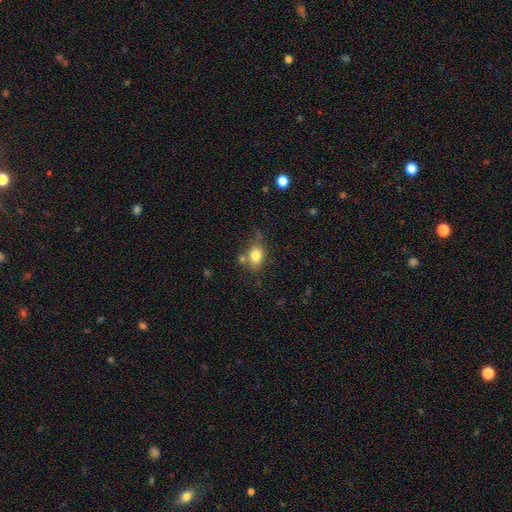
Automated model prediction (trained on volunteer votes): smooth_or_featured: smooth (p=0.80) [alt: featured or disk p=0.11]
how_rounded: in between (p=0.75) [alt: round p=0.23]
merging: none (p=0.61) [alt: minor disturbance p=0.19]